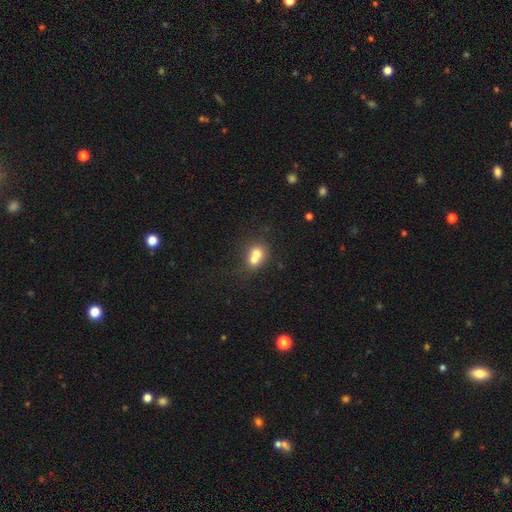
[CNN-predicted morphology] This is likely a smooth galaxy (67%). How rounded: likely round (64%). Merging: likely merger (68%).